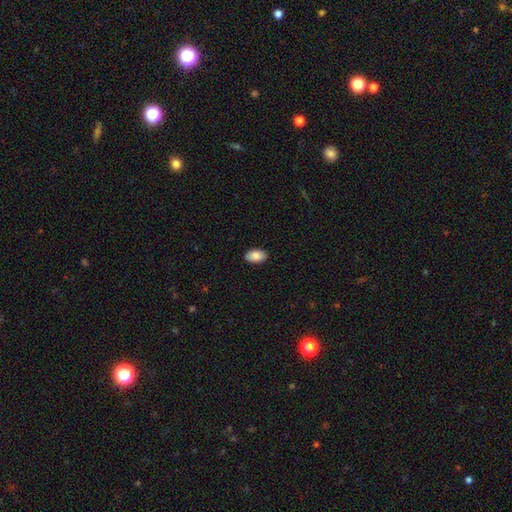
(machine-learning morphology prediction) Smooth or featured? smooth (86%)
How rounded? in between (94%)
Merging? none (89%)